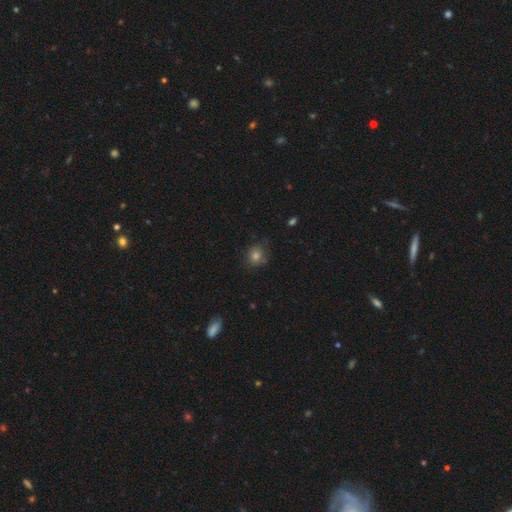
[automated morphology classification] smooth_or_featured: smooth (p=0.74) [alt: star or artifact p=0.15]
how_rounded: round (p=0.83) [alt: in between p=0.16]
merging: none (p=0.75) [alt: minor disturbance p=0.18]